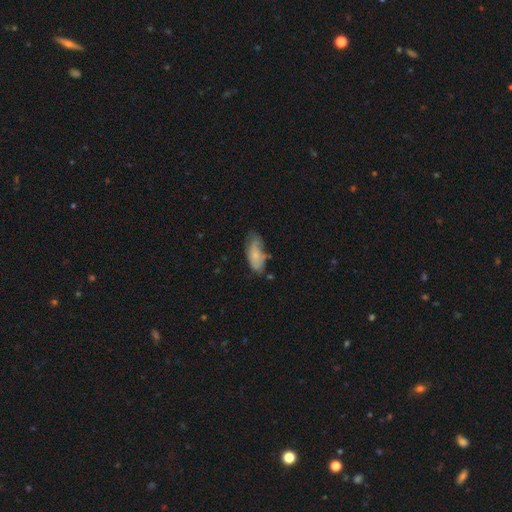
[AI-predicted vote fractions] Q: Smooth or featured?
A: smooth (70%); runner-up: featured or disk (23%)
Q: How rounded?
A: in between (83%); runner-up: cigar-shaped (15%)
Q: Merging?
A: none (48%); runner-up: minor disturbance (36%)